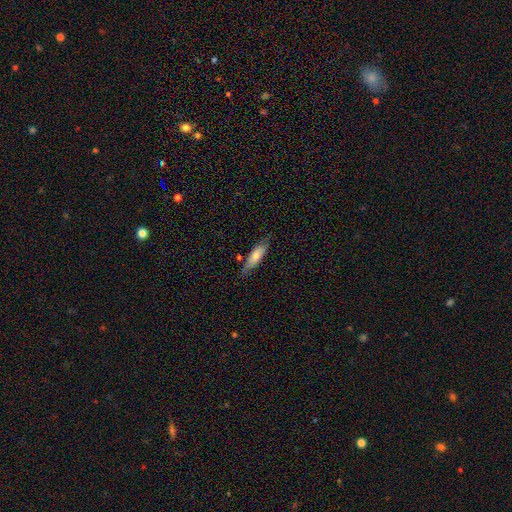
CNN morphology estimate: Smooth or featured: smooth — 68% (featured or disk — 26%)
How rounded: cigar-shaped — 55% (in between — 44%)
Merging: none — 72% (minor disturbance — 21%)